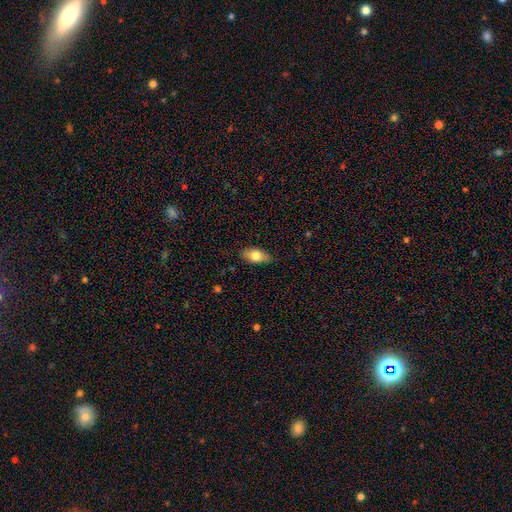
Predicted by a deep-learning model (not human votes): Smooth or featured? smooth (76%)
How rounded? in between (89%)
Merging? none (82%)